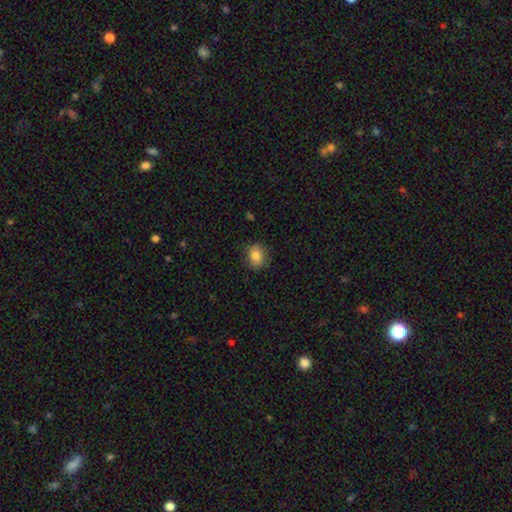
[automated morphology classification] This is clearly a smooth galaxy (83%). How rounded: possibly in between (52%). Merging: clearly none (83%).